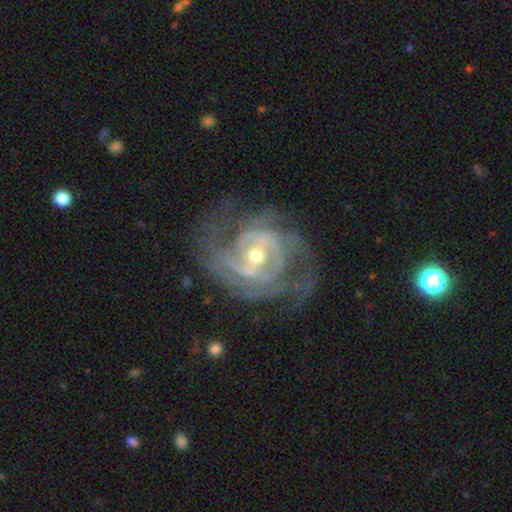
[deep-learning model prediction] Smooth or featured? featured or disk (91%)
Edge-on disk? no (97%)
Bar? weak (43%)
Spiral arms? yes (96%)
Spiral winding? tight (53%)
Spiral arm count? 2 (35%)
Bulge size? moderate (58%)
Merging? none (67%)